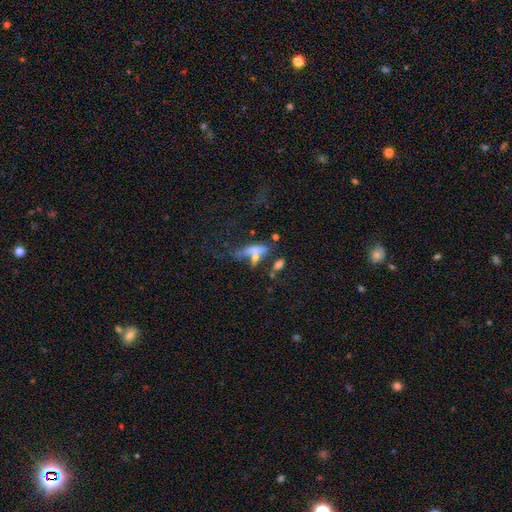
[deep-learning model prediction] A featured or disk galaxy (44%). Merging: major disturbance (34%).